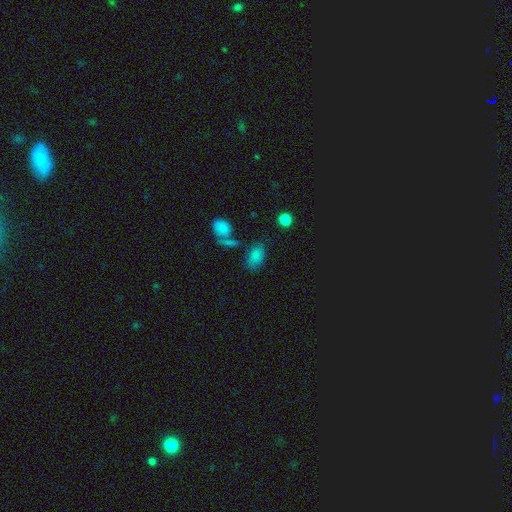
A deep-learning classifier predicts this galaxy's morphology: smooth_or_featured: smooth (p=0.80) [alt: star or artifact p=0.12]
how_rounded: in between (p=0.89) [alt: round p=0.08]
merging: none (p=0.62) [alt: minor disturbance p=0.18]